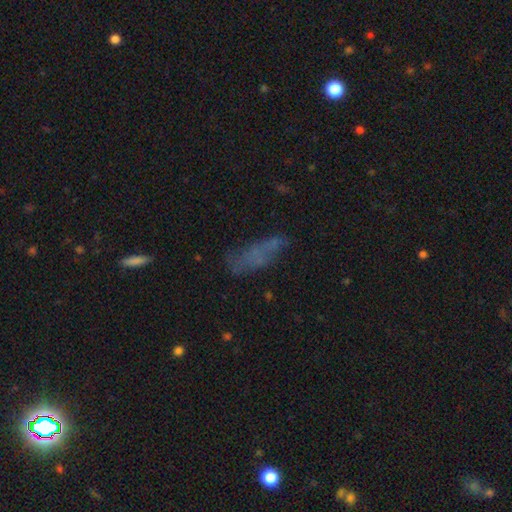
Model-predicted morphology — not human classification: A smooth galaxy with no disk features (54%) that is in between round and cigar-shaped (54%).

Vote fractions:
- Smooth or featured? smooth: 54% / featured or disk: 30% / star or artifact: 17%
- How rounded? in between: 54% / cigar-shaped: 43% / round: 3%
- Merging? none: 51% / minor disturbance: 25% / major disturbance: 19% / merger: 5%